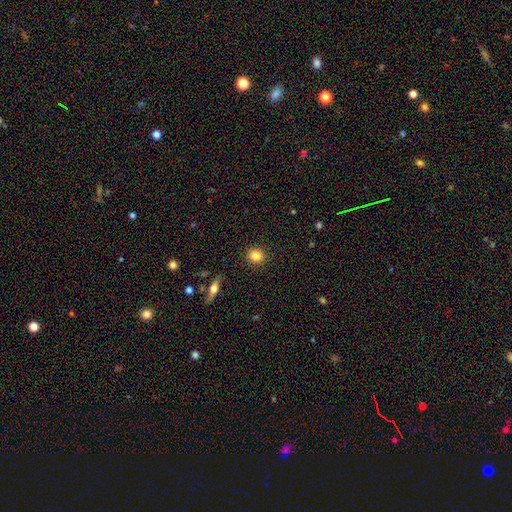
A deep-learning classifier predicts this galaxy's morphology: A smooth galaxy with no disk features (83%) that is round (78%). Merging: none (91%).